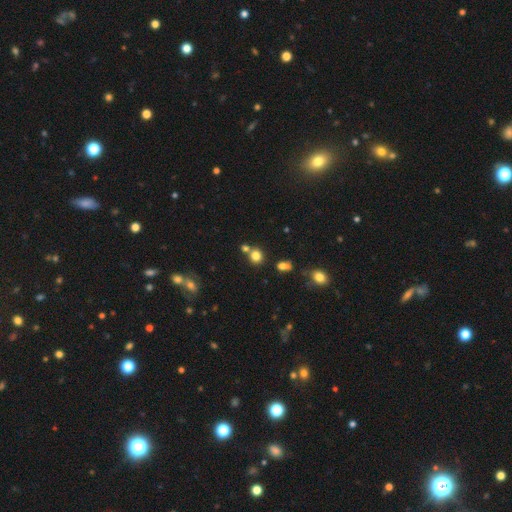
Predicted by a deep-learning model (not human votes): Smooth or featured: smooth — 78% (star or artifact — 15%)
How rounded: round — 83% (in between — 16%)
Merging: none — 63% (merger — 25%)